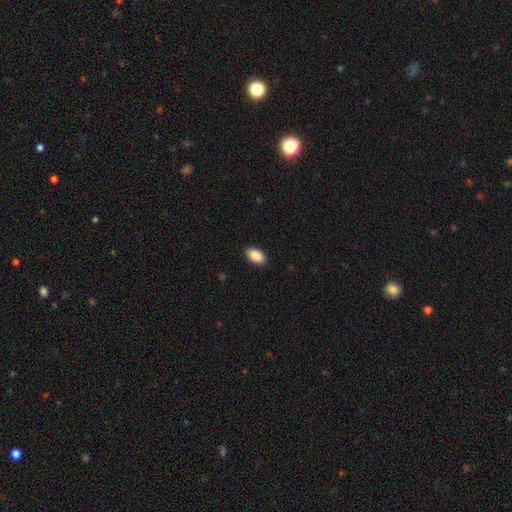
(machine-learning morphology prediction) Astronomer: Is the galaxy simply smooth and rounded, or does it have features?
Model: smooth — 90%.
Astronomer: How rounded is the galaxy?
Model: in between — 94%.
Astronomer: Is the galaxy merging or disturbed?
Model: none — 90%.